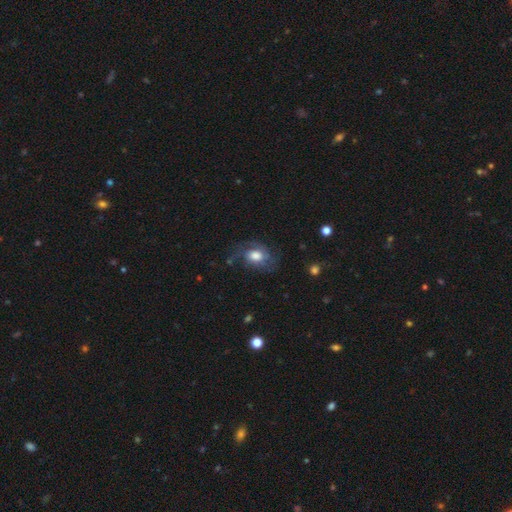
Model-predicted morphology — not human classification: Overall: featured or disk (53%; smooth 39%). Edge-on disk: no (96%). Bar: no (72%). Spiral arms: yes (80%). Bulge size: large (54%; moderate 32%). Merging: none (54%; minor disturbance 25%).